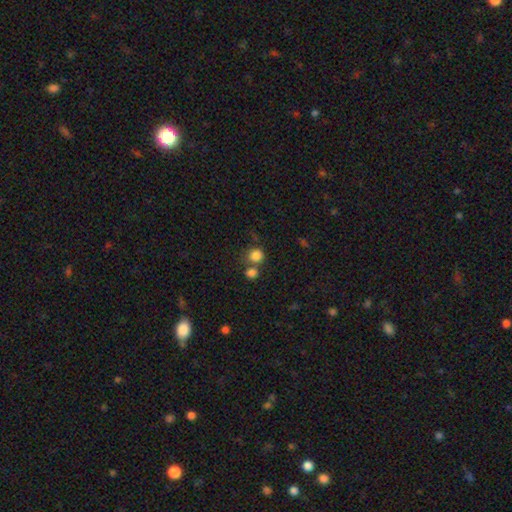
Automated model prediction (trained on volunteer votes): A smooth galaxy with no disk features (83%) that is round (86%).

Vote fractions:
- Smooth or featured? smooth: 83% / star or artifact: 12% / featured or disk: 6%
- How rounded? round: 86% / in between: 13% / cigar-shaped: 1%
- Merging? none: 56% / merger: 32% / minor disturbance: 9% / major disturbance: 4%